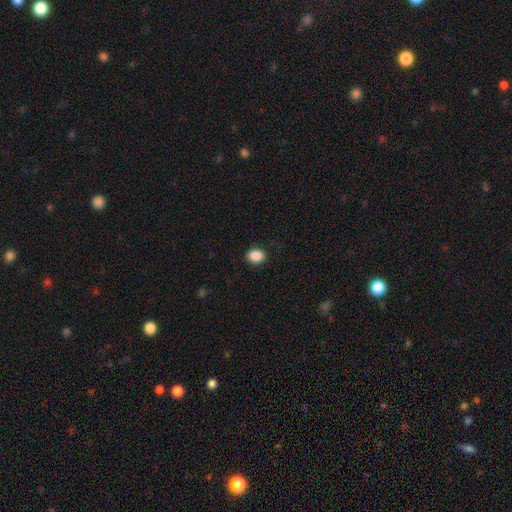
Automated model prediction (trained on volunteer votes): Overall: smooth (88%). How rounded: in between (56%; round 43%). Merging: none (91%).